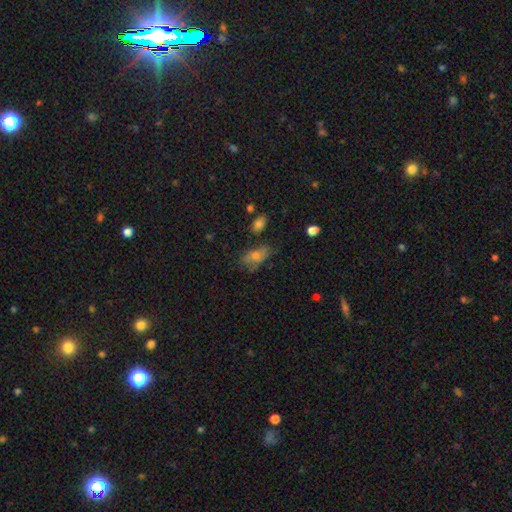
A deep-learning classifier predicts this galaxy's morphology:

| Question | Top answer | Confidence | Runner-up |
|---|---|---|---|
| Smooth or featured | smooth | 56% | featured or disk (27%) |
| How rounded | in between | 83% | round (11%) |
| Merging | none | 50% | minor disturbance (27%) |